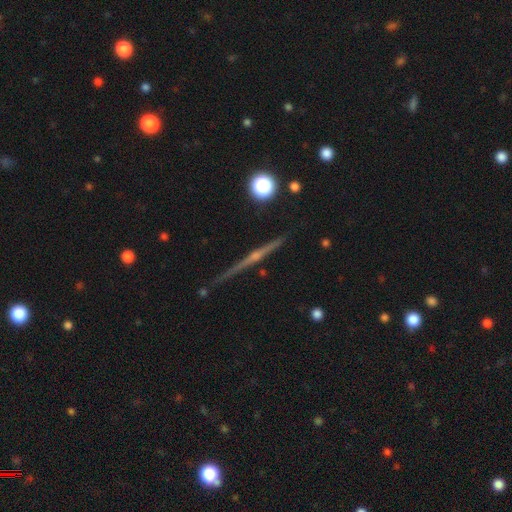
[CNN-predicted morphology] type=featured or disk (78%); edge-on=yes (98%); edge-on bulge=rounded (68%); merging=none (89%).